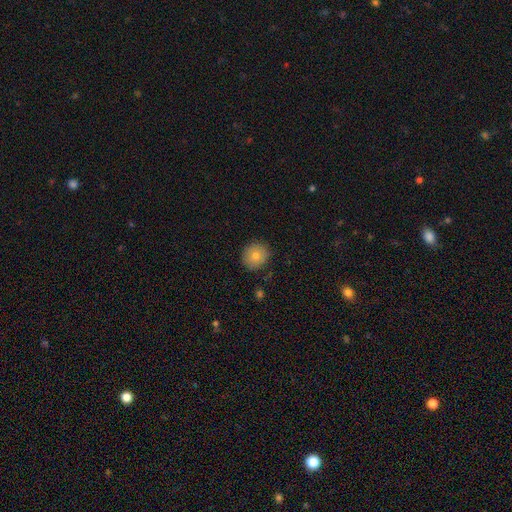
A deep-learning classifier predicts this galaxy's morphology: smooth_or_featured: smooth (p=0.82) [alt: featured or disk p=0.09]
how_rounded: round (p=0.85) [alt: in between p=0.14]
merging: none (p=0.88) [alt: minor disturbance p=0.09]